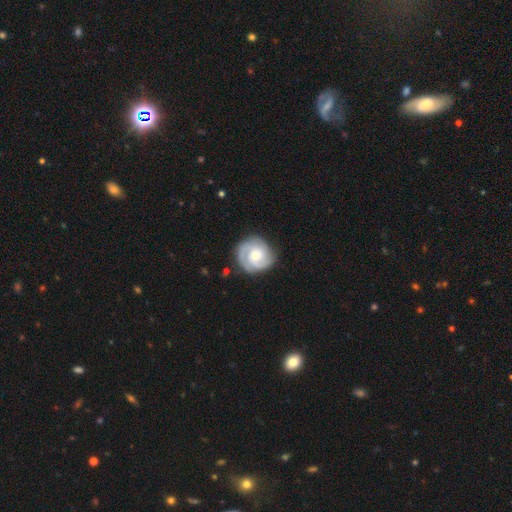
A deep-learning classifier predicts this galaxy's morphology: A featured or disk galaxy (80%) with no bar (68%), 2 (42%) tight (61%) spiral arms (95%) and a moderate central bulge (50%).

Vote fractions:
- Smooth or featured? featured or disk: 80% / smooth: 15% / star or artifact: 5%
- Edge-on disk? no: 98% / yes: 2%
- Bar? no: 68% / weak: 27% / strong: 5%
- Spiral arms? yes: 95% / no: 5%
- Spiral winding? tight: 61% / medium: 32% / loose: 7%
- Spiral arm count? 2: 42% / 3: 30% / can't tell: 15% / 1: 5% / 4: 4% / more than 4: 3%
- Bulge size? moderate: 50% / small: 43% / large: 4% / none: 2% / dominant: 1%
- Merging? none: 79% / minor disturbance: 15% / major disturbance: 5% / merger: 1%